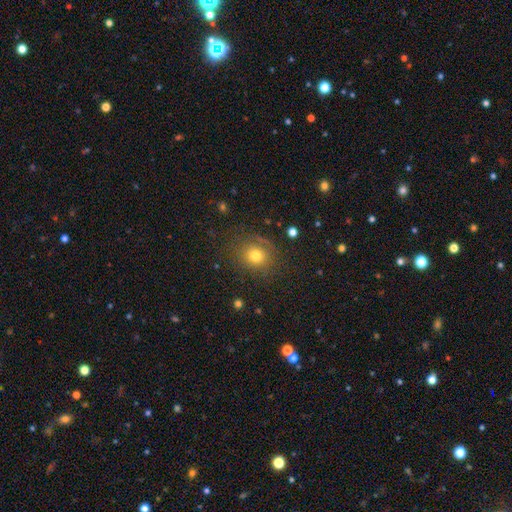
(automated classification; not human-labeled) This appears to be a smooth galaxy with no disk features (74%) that is round (79%). Merging: none (79%).